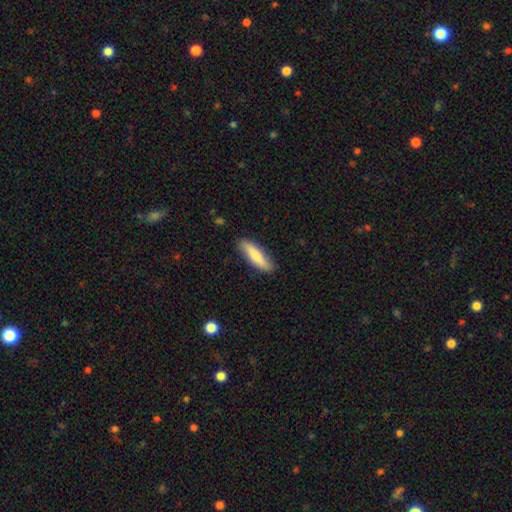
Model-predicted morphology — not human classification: smooth-or-featured: smooth: 72% | featured or disk: 22% | star or artifact: 5%
  how-rounded: cigar-shaped: 66% | in between: 32% | round: 2%
  merging: none: 86% | minor disturbance: 11% | major disturbance: 2% | merger: 1%